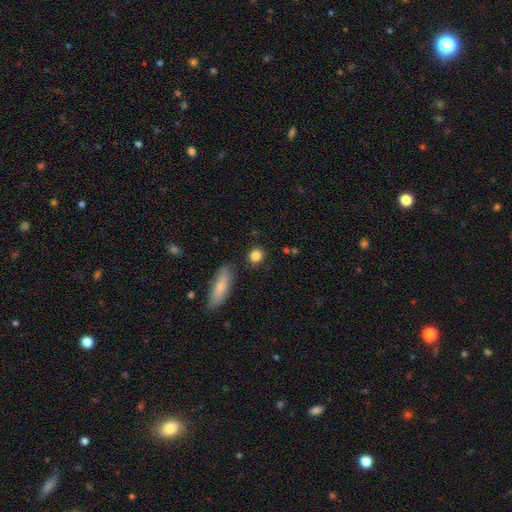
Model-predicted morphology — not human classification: Smooth or featured?
  - smooth: 85% *
  - star or artifact: 9%
  - featured or disk: 6%
How rounded?
  - round: 72% *
  - in between: 25%
  - cigar-shaped: 3%
Merging?
  - none: 84% *
  - minor disturbance: 9%
  - merger: 4%
  - major disturbance: 3%